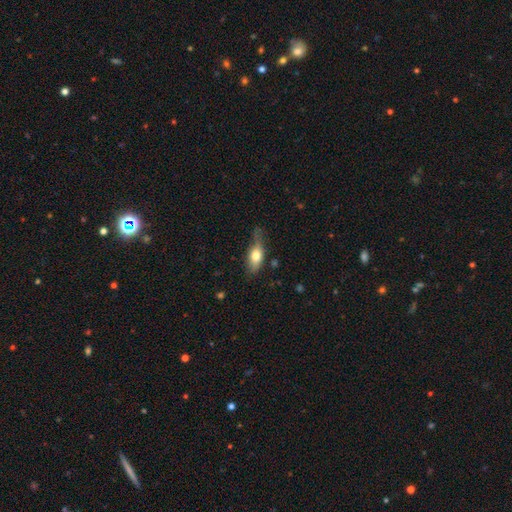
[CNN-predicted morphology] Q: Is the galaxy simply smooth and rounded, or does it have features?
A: smooth — 67%.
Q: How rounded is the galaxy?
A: in between — 74%.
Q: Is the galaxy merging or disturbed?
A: none — 49%.